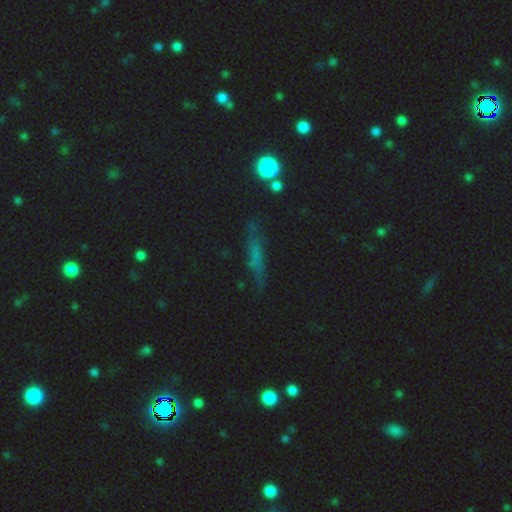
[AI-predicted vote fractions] Smooth or featured: smooth — 45% (featured or disk — 28%)
Merging: none — 76% (minor disturbance — 15%)